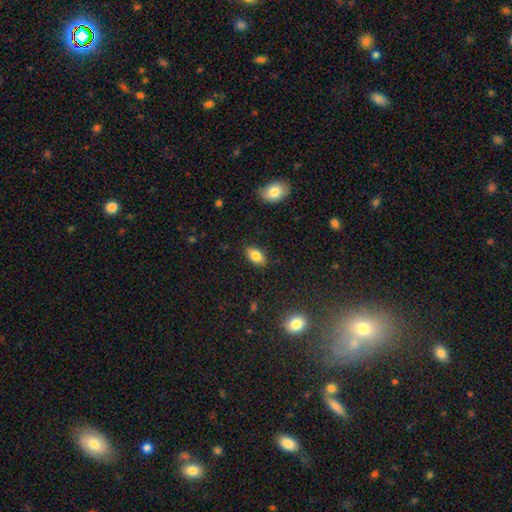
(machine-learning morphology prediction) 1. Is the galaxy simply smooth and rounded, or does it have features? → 80% smooth, 12% featured or disk, 8% star or artifact.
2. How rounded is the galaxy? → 90% in between, 5% cigar-shaped, 5% round.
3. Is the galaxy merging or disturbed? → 87% none, 10% minor disturbance, 2% major disturbance, 1% merger.